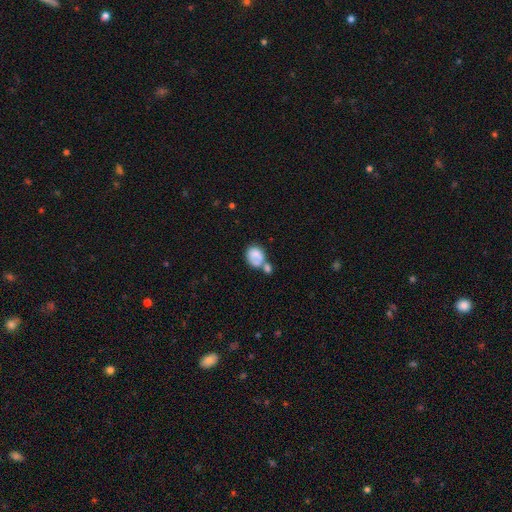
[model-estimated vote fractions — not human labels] Smooth or featured? Predicted: smooth (p=0.71). How rounded? Predicted: in between (p=0.56). Merging? Predicted: merger (p=0.48).